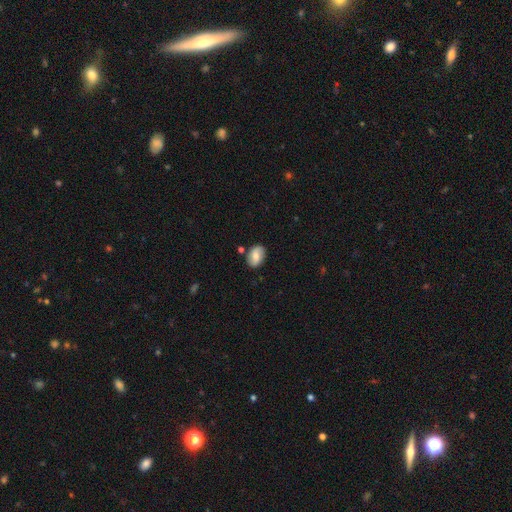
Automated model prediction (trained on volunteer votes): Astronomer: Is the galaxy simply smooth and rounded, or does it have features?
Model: smooth — 64%.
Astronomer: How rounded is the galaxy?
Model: in between — 84%.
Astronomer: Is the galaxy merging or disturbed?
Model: none — 81%.